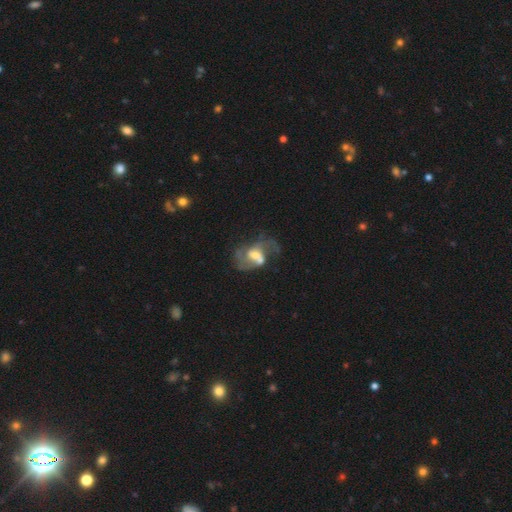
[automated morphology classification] smooth_or_featured: featured or disk (p=0.71) [alt: smooth p=0.20]
disk_edge_on: no (p=0.97) [alt: yes p=0.03]
bar: no (p=0.48) [alt: weak p=0.41]
has_spiral_arms: yes (p=0.73) [alt: no p=0.27]
spiral_winding: loose (p=0.55) [alt: medium p=0.35]
spiral_arm_count: 2 (p=0.65) [alt: can't tell p=0.15]
bulge_size: moderate (p=0.52) [alt: small p=0.23]
merging: merger (p=0.34) [alt: major disturbance p=0.27]